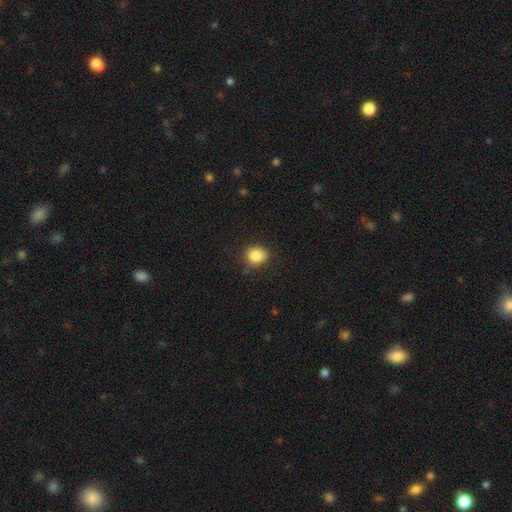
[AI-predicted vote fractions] A smooth galaxy with no disk features (86%) that is round (68%). Merging: none (81%).